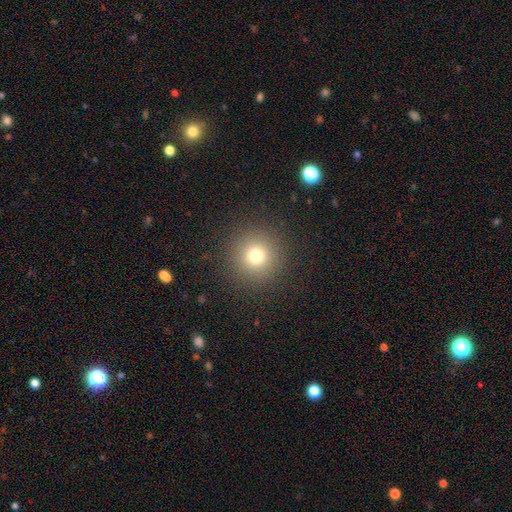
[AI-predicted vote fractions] smooth 75%, star or artifact 17%, featured or disk 8%. Down the decision tree: how rounded — round (96%); merging — none (91%).